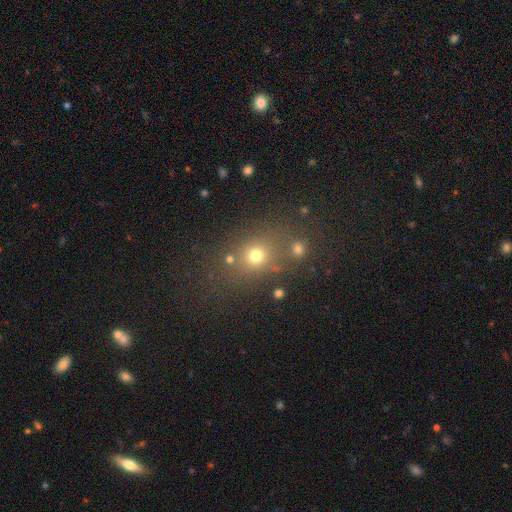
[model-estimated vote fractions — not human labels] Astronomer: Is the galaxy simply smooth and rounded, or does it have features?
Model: smooth — 68%.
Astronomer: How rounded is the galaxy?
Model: round — 65%.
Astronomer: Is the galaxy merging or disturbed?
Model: none — 67%.